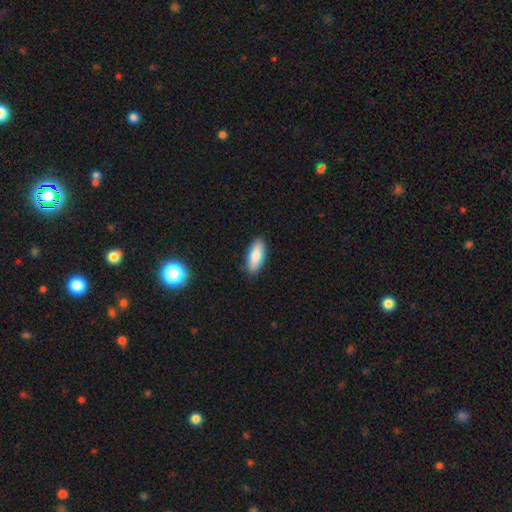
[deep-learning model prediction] This is clearly a smooth galaxy (85%). How rounded: likely in between (75%). Merging: clearly none (88%).